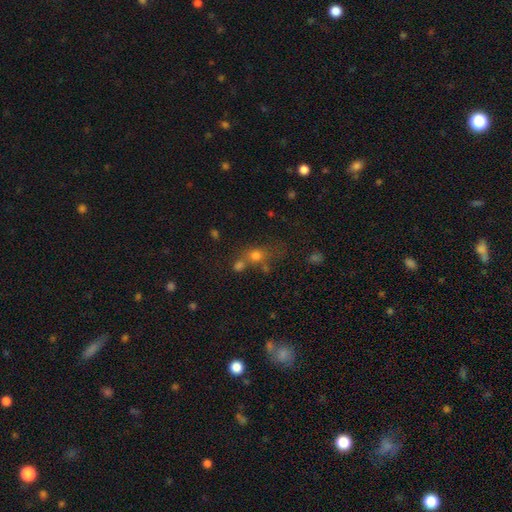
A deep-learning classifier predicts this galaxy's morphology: Smooth or featured?
  - smooth: 67% *
  - star or artifact: 21%
  - featured or disk: 12%
How rounded?
  - round: 62% *
  - in between: 34%
  - cigar-shaped: 4%
Merging?
  - none: 48% *
  - merger: 32%
  - minor disturbance: 12%
  - major disturbance: 8%